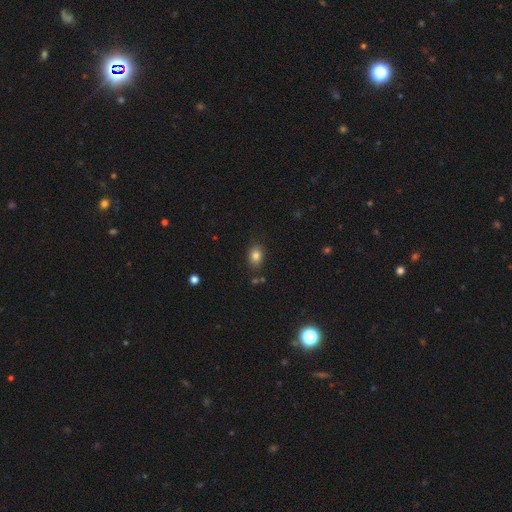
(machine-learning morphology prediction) This is clearly a smooth galaxy (82%). How rounded: likely in between (66%). Merging: clearly none (82%).